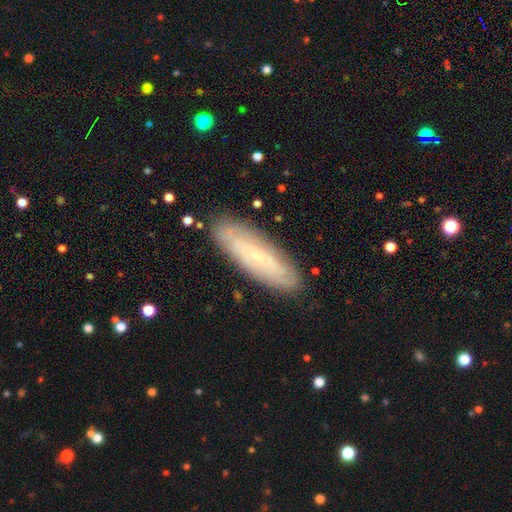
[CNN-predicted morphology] featured or disk 48%, smooth 45%, star or artifact 8%. Down the decision tree: merging — none (86%).